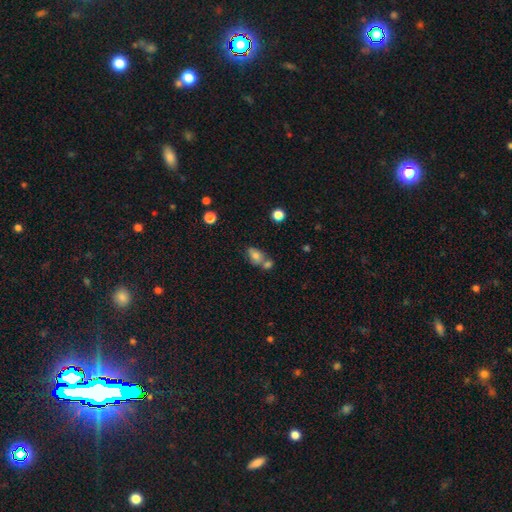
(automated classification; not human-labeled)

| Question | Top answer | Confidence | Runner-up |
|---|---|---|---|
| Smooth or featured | smooth | 73% | featured or disk (16%) |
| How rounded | in between | 81% | round (16%) |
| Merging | merger | 42% | none (40%) |